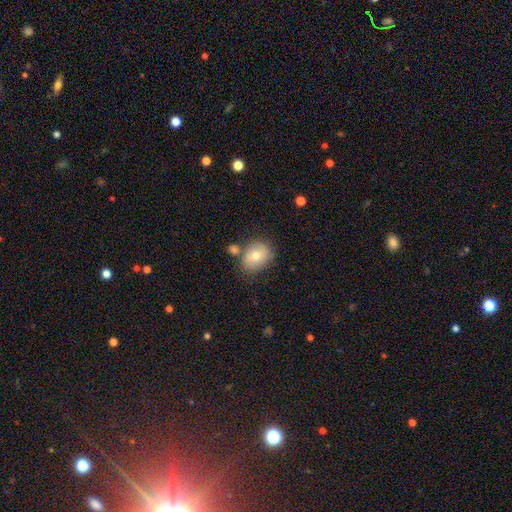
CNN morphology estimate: A smooth galaxy with no disk features (69%) that is in between round and cigar-shaped (51%). Merging: none (66%).